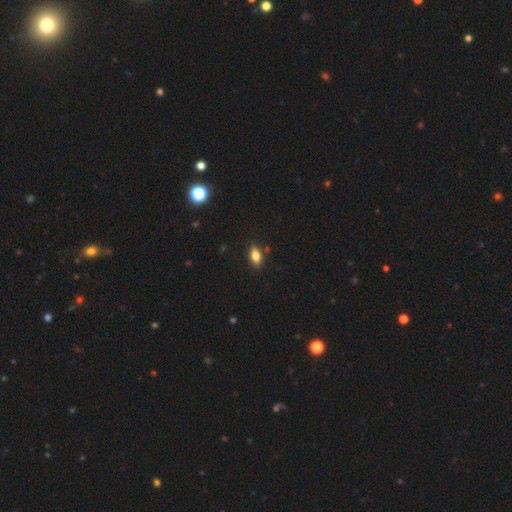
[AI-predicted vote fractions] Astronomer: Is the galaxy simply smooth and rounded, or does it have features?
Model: smooth — 77%.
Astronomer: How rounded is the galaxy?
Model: in between — 86%.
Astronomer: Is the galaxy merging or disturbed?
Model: none — 85%.